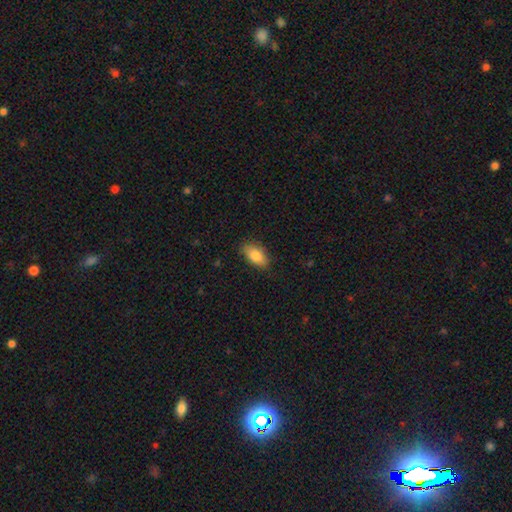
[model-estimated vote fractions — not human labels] This appears to be a smooth galaxy with no disk features (84%) that is in between round and cigar-shaped (90%). Merging: none (84%).